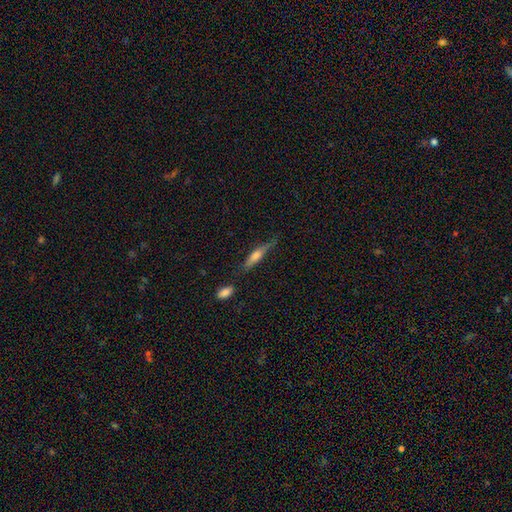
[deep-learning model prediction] Smooth or featured?
  - featured or disk: 52% *
  - smooth: 40%
  - star or artifact: 8%
Edge-on disk?
  - yes: 92% *
  - no: 8%
Merging?
  - none: 71% *
  - minor disturbance: 19%
  - major disturbance: 5%
  - merger: 5%